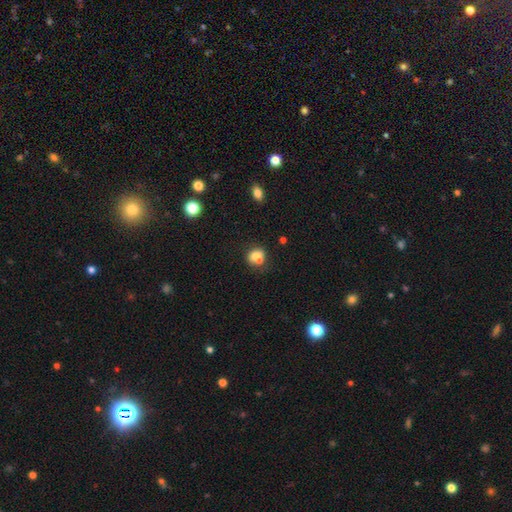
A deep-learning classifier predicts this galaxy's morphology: Smooth or featured? smooth (71%)
How rounded? round (64%)
Merging? merger (43%)